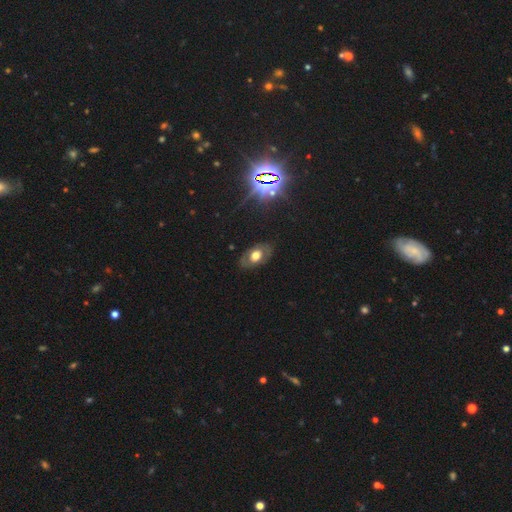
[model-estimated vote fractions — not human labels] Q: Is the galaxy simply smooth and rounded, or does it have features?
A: smooth — 47%.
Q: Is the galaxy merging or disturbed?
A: none — 82%.